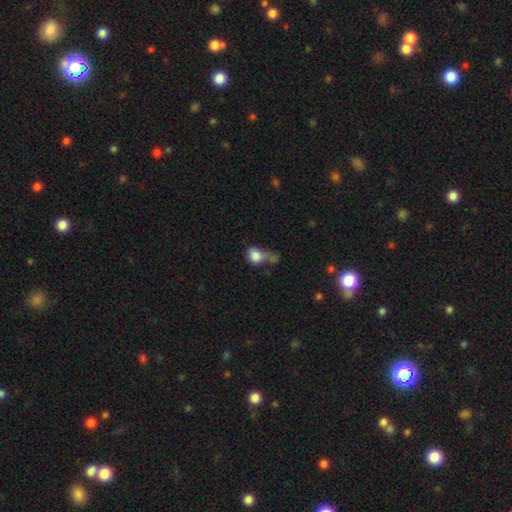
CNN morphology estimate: smooth-or-featured: smooth: 78% | featured or disk: 12% | star or artifact: 10%
  how-rounded: round: 53% | in between: 44% | cigar-shaped: 2%
  merging: merger: 31% | major disturbance: 28% | none: 23% | minor disturbance: 18%